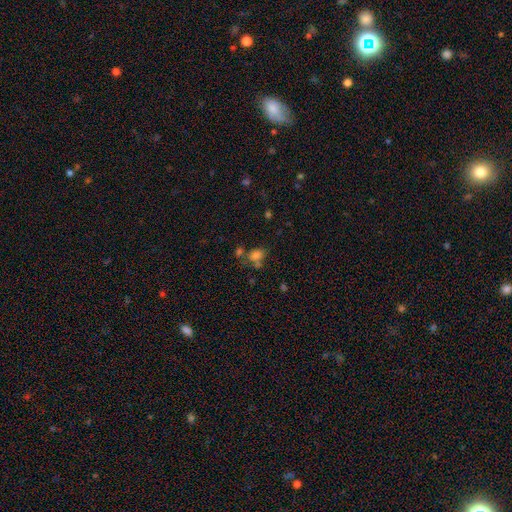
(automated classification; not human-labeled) Smooth or featured? Predicted: smooth (p=0.73). How rounded? Predicted: in between (p=0.69). Merging? Predicted: none (p=0.41).